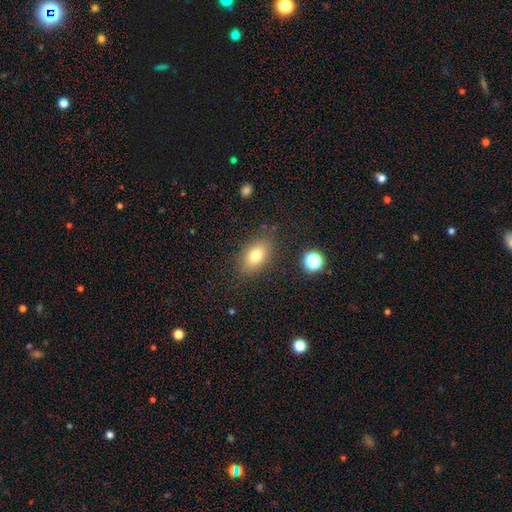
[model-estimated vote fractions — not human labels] Q: Smooth or featured?
A: smooth (77%); runner-up: featured or disk (13%)
Q: How rounded?
A: in between (86%); runner-up: round (11%)
Q: Merging?
A: none (82%); runner-up: minor disturbance (12%)